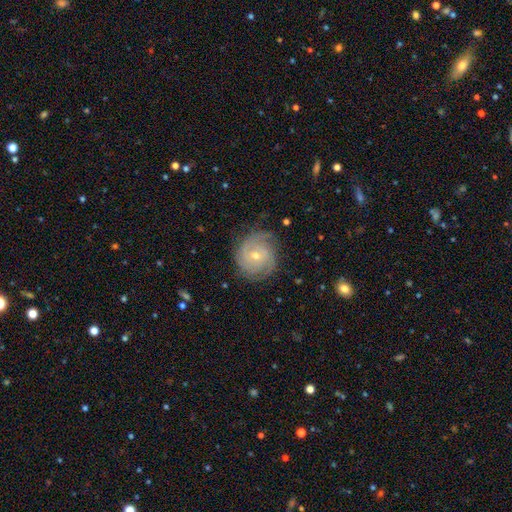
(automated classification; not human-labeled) This is clearly a featured or disk galaxy (81%). It is clearly not viewed edge-on (98%). Bar: likely no (65%). Spiral arm pattern: clearly yes (96%). Spiral arm count: marginally can't tell (27%). Spiral winding: likely tight (71%). Central bulge: possibly small (55%). Merging: likely none (78%).